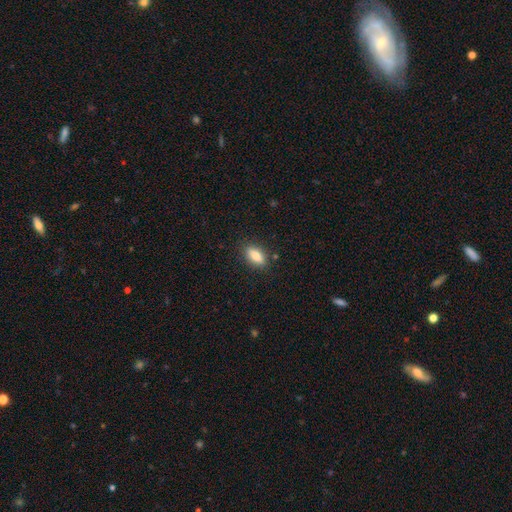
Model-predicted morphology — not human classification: Q: Smooth or featured?
A: smooth (75%); runner-up: featured or disk (18%)
Q: How rounded?
A: in between (76%); runner-up: cigar-shaped (20%)
Q: Merging?
A: none (85%); runner-up: minor disturbance (11%)